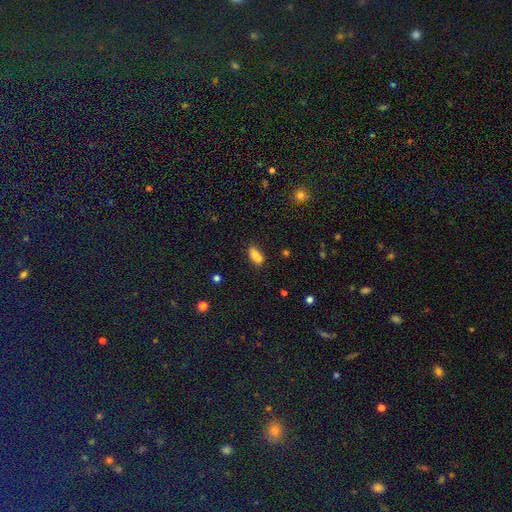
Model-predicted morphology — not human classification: A smooth galaxy with no disk features (76%) that is in between round and cigar-shaped (79%). Merging: none (41%).